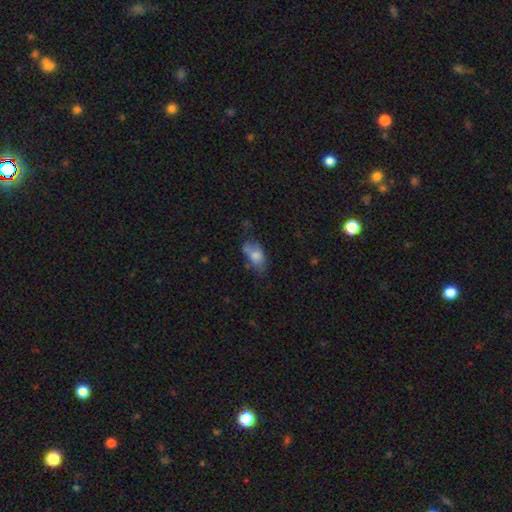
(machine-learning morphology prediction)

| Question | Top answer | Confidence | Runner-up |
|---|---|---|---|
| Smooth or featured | smooth | 69% | featured or disk (22%) |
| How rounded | in between | 87% | round (8%) |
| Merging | none | 44% | minor disturbance (30%) |